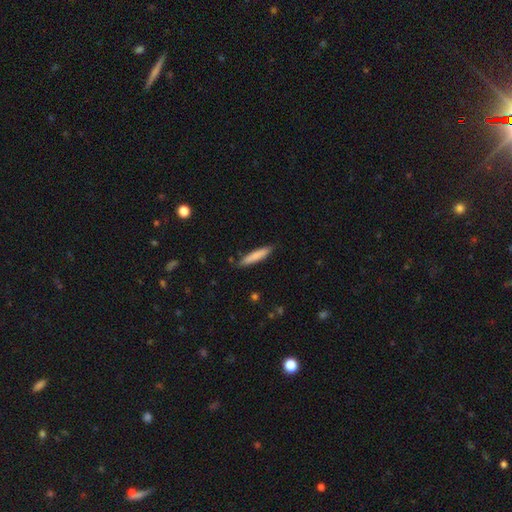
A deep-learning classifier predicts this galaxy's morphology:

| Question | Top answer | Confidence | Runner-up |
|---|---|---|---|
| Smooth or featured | smooth | 79% | featured or disk (15%) |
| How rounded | cigar-shaped | 90% | in between (9%) |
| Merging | none | 86% | minor disturbance (11%) |